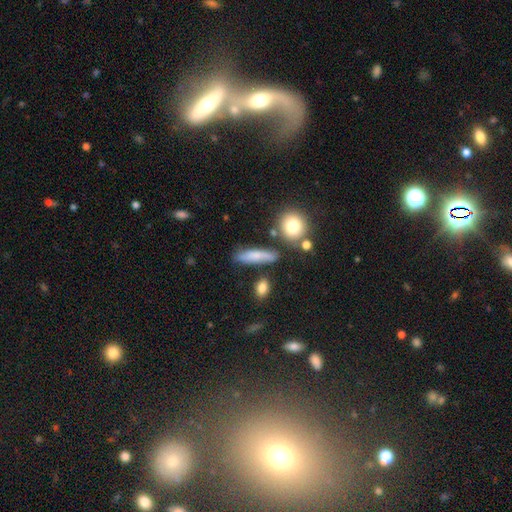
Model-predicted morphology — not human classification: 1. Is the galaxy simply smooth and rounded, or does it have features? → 71% smooth, 20% featured or disk, 9% star or artifact.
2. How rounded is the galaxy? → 65% cigar-shaped, 28% in between, 7% round.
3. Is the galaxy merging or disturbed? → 73% none, 15% minor disturbance, 7% merger, 4% major disturbance.